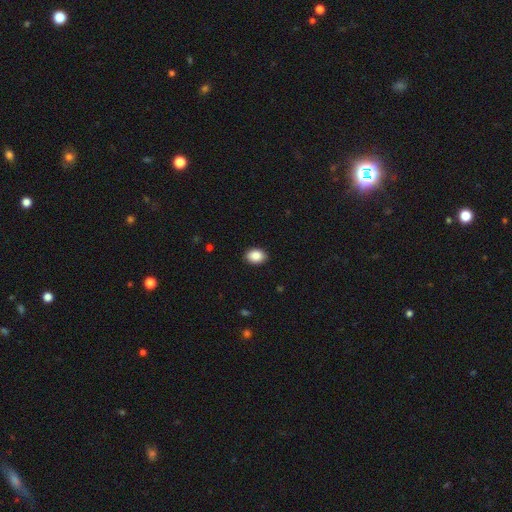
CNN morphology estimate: type=smooth (89%); roundness=in between (73%); merging=none (90%).